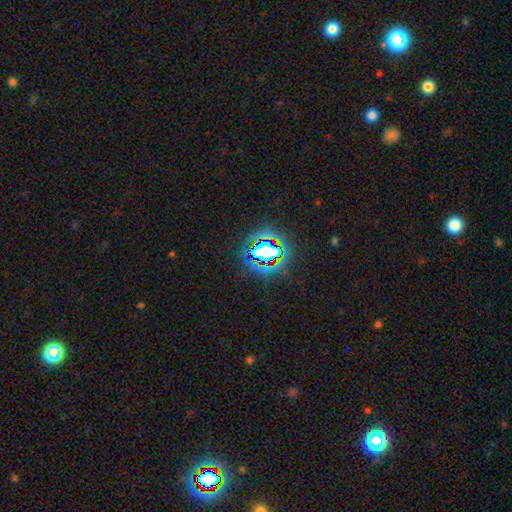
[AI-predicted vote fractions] star or artifact 81%, smooth 11%, featured or disk 8%.